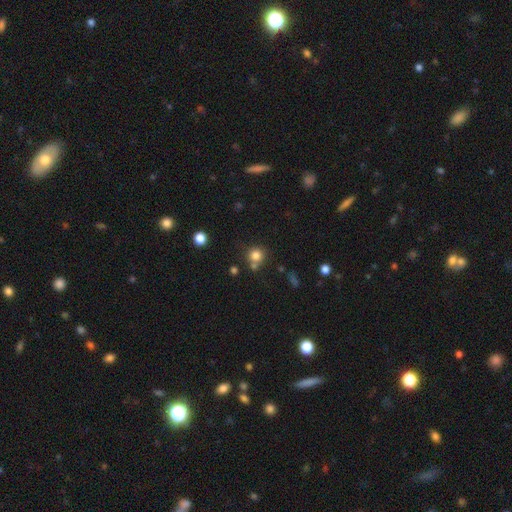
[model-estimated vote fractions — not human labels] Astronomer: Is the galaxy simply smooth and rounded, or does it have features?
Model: smooth — 80%.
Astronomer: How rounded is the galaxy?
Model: round — 90%.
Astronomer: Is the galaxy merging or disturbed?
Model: none — 65%.